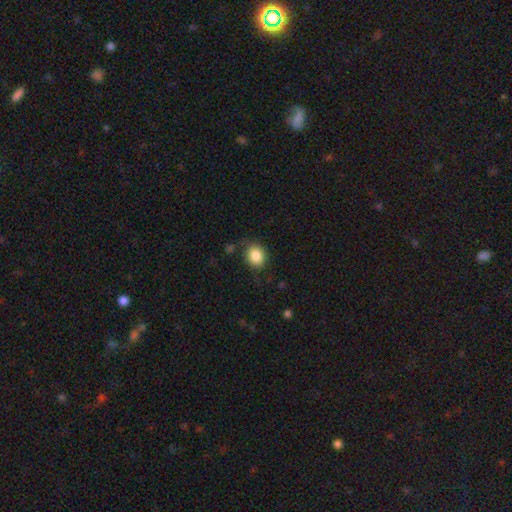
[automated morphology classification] The model was most divided on "how rounded": round: 64%, in between: 35%, cigar-shaped: 1%. More confident: smooth or featured — smooth (86%); merging — none (78%).